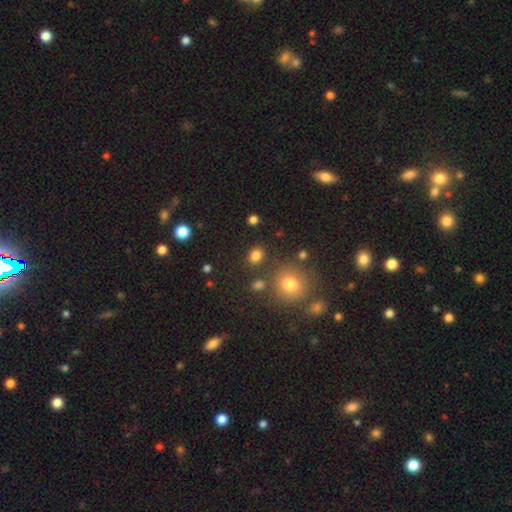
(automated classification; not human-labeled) Morphology: type=smooth (81%); roundness=round (51%); merging=none (83%).